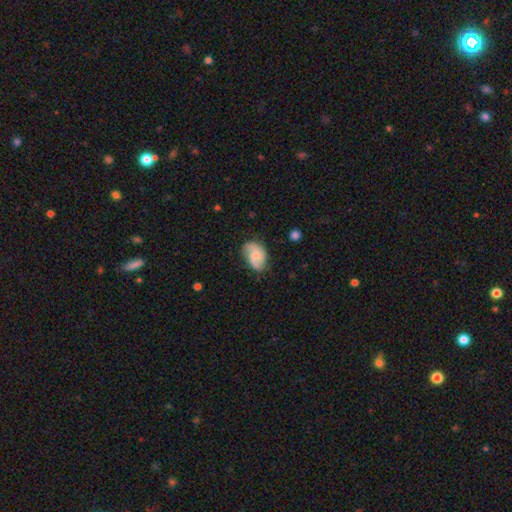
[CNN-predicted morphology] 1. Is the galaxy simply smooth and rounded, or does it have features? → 53% featured or disk, 40% smooth, 7% star or artifact.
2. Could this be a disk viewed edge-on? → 97% no, 3% yes.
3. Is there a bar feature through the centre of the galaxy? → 54% no, 39% weak, 7% strong.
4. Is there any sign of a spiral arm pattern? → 88% yes, 12% no.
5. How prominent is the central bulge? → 47% small, 31% moderate, 18% none, 3% large, 1% dominant.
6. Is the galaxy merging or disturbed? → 60% none, 28% minor disturbance, 10% major disturbance, 2% merger.